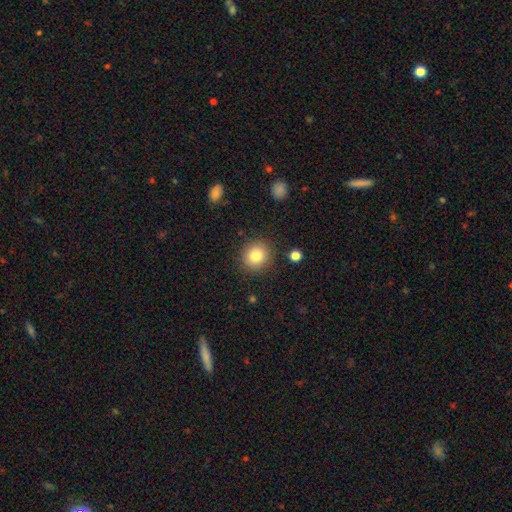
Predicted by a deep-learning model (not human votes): Smooth or featured?
  - smooth: 81% *
  - star or artifact: 11%
  - featured or disk: 8%
How rounded?
  - round: 90% *
  - in between: 9%
  - cigar-shaped: 1%
Merging?
  - none: 89% *
  - minor disturbance: 7%
  - major disturbance: 3%
  - merger: 2%